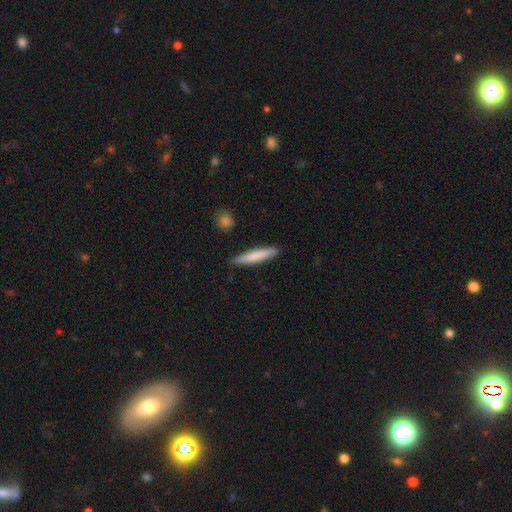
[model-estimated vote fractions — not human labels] Overall: smooth (74%). How rounded: cigar-shaped (93%). Merging: none (88%).